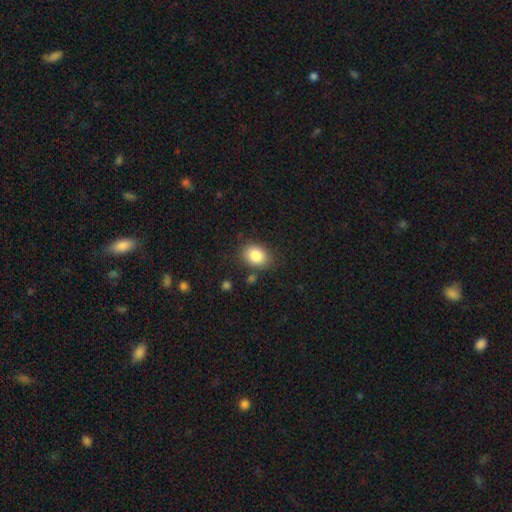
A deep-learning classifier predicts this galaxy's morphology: smooth_or_featured: smooth (p=0.86) [alt: star or artifact p=0.08]
how_rounded: in between (p=0.72) [alt: round p=0.27]
merging: none (p=0.80) [alt: minor disturbance p=0.13]